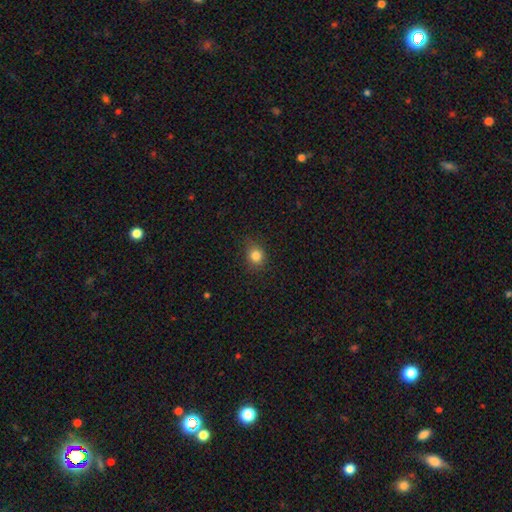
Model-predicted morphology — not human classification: A smooth galaxy with no disk features (83%) that is round (74%). Merging: none (81%).